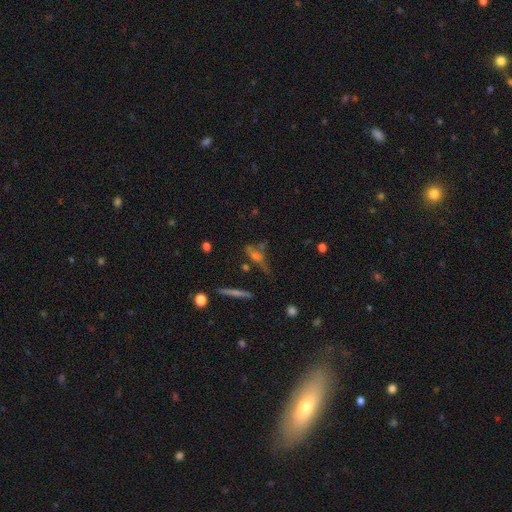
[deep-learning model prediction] The model was most divided on "smooth or featured": featured or disk: 47%, smooth: 29%, star or artifact: 24%. More confident: merging — none (58%).